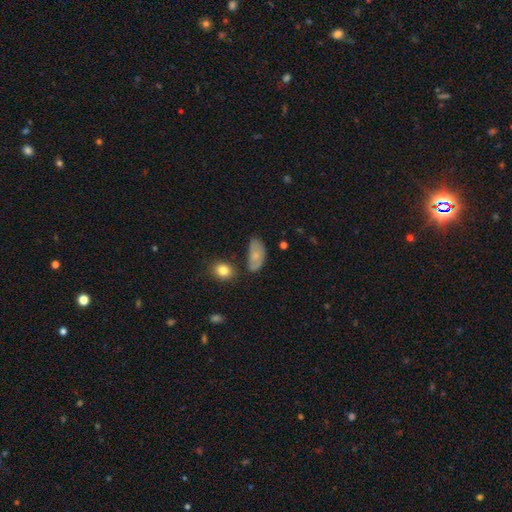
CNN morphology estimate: Smooth or featured? Predicted: smooth (p=0.72). How rounded? Predicted: in between (p=0.91). Merging? Predicted: none (p=0.49).